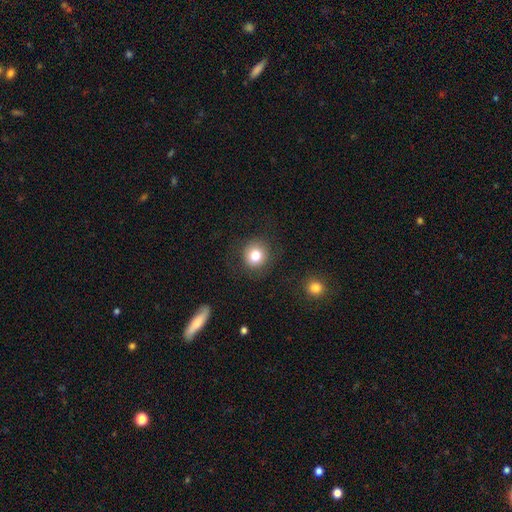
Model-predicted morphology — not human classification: Smooth or featured?
  - smooth: 81% *
  - star or artifact: 11%
  - featured or disk: 9%
How rounded?
  - round: 88% *
  - in between: 11%
  - cigar-shaped: 1%
Merging?
  - none: 87% *
  - minor disturbance: 8%
  - major disturbance: 4%
  - merger: 1%